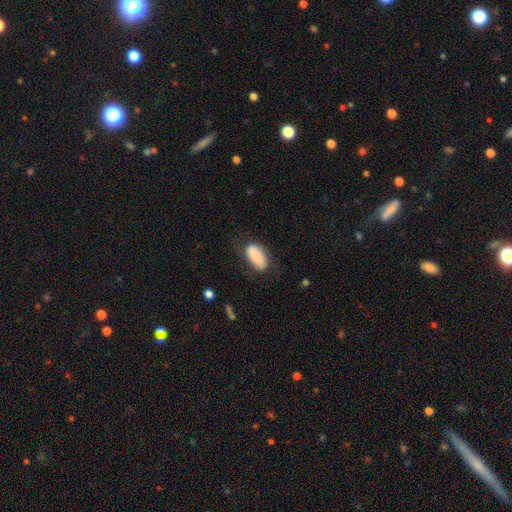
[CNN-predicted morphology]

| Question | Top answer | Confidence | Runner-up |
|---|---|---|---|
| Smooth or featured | smooth | 72% | featured or disk (21%) |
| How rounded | in between | 92% | cigar-shaped (4%) |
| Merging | none | 65% | minor disturbance (23%) |